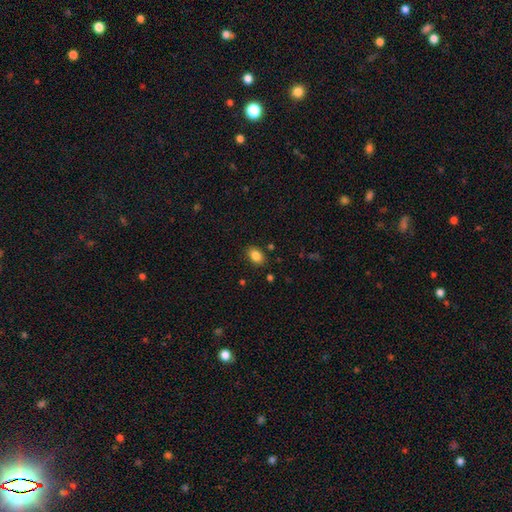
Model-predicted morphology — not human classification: The model was most divided on "how rounded": in between: 82%, round: 16%, cigar-shaped: 1%. More confident: smooth or featured — smooth (85%); merging — none (85%).